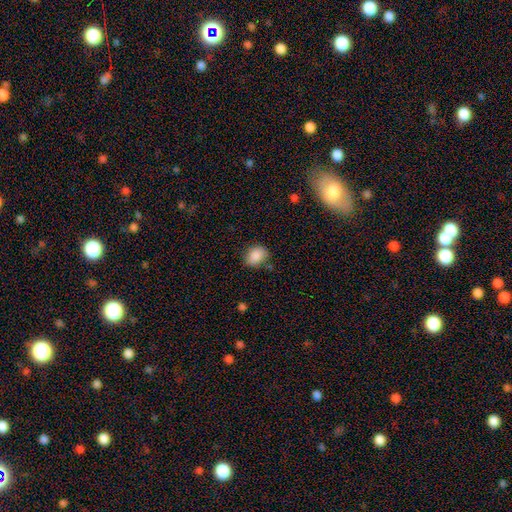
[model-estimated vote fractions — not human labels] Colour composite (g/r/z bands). It shows a smooth galaxy with no disk features (87%) that is in between round and cigar-shaped (56%). Merging: none (72%).